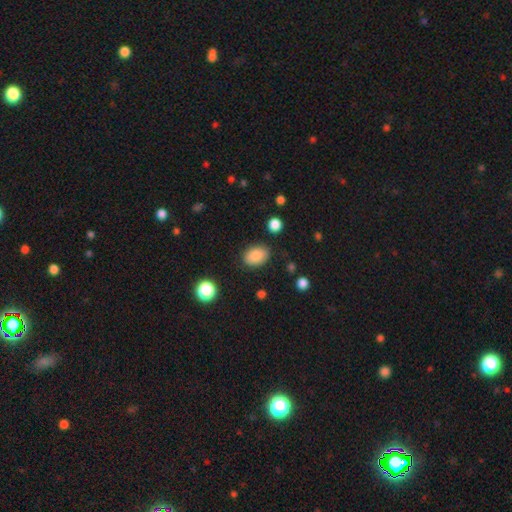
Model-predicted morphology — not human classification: The model was most divided on "how rounded": in between: 80%, round: 18%, cigar-shaped: 1%. More confident: smooth or featured — smooth (87%); merging — none (84%).